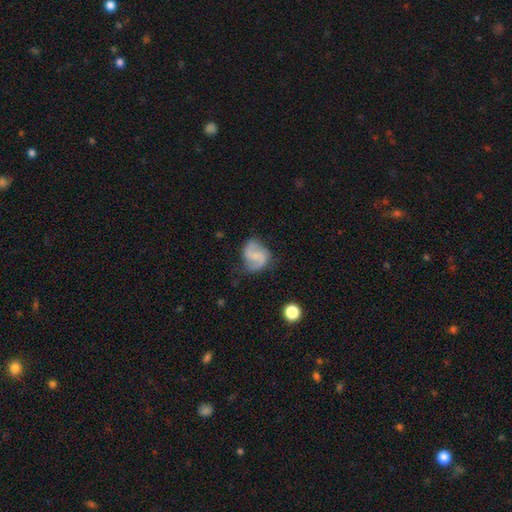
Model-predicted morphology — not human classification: Smooth or featured? featured or disk (64%)
Edge-on disk? no (98%)
Bar? no (46%)
Spiral arms? yes (90%)
Spiral winding? loose (43%, tied with medium)
Spiral arm count? 2 (87%)
Bulge size? none (51%)
Merging? none (58%)